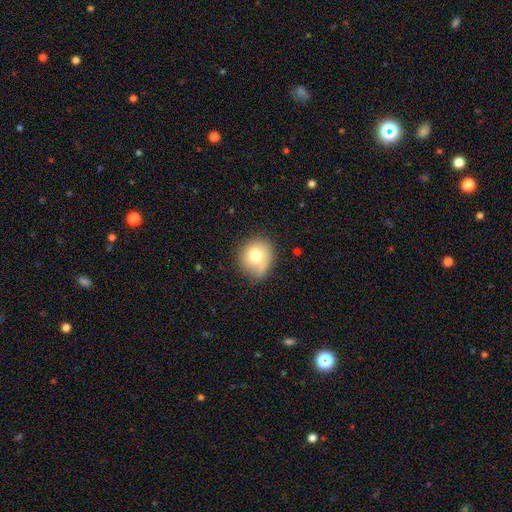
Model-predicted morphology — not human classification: type=smooth (74%); roundness=round (80%); merging=none (62%).